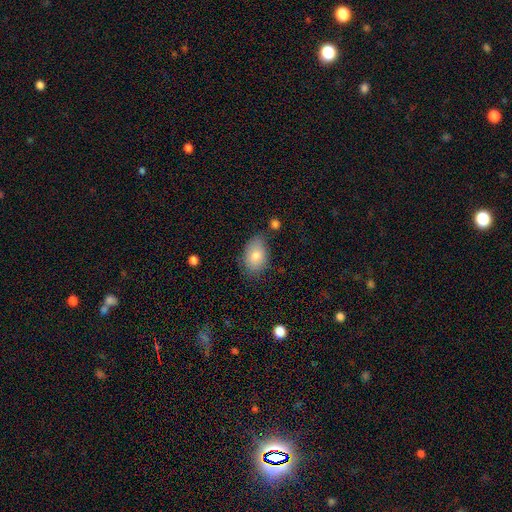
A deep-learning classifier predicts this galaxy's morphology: type=smooth (81%); roundness=in between (88%); merging=none (66%).